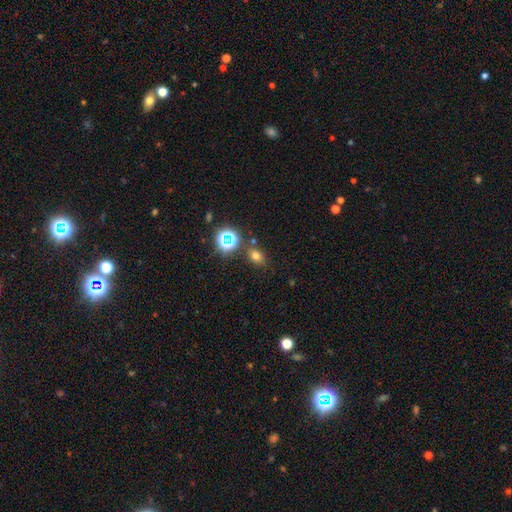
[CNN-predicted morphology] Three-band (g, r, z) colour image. It shows a smooth galaxy with no disk features (68%) that is in between round and cigar-shaped (66%). Merging: none (76%).